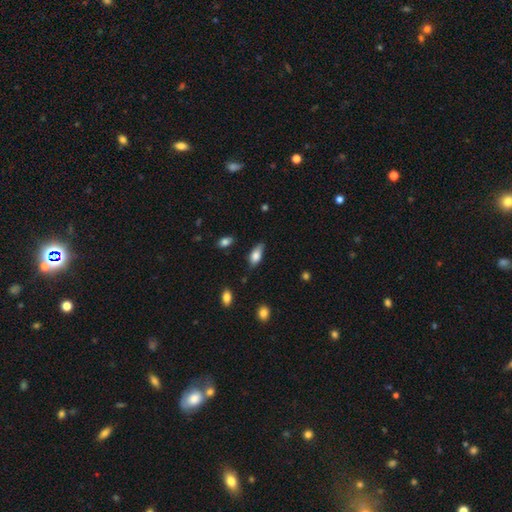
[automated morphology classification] Smooth or featured? Predicted: smooth (p=0.77). How rounded? Predicted: in between (p=0.86). Merging? Predicted: none (p=0.71).